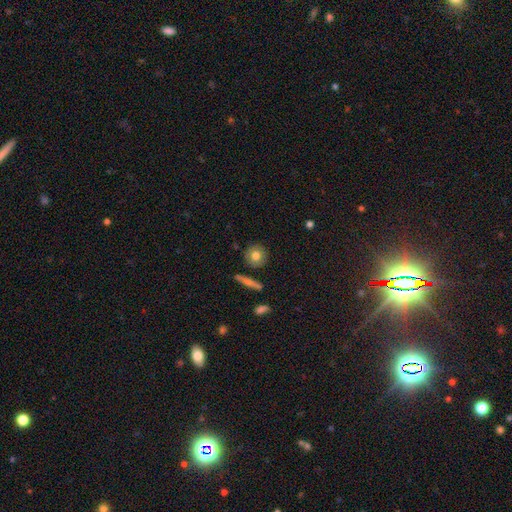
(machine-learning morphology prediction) type=smooth (74%); roundness=round (90%); merging=none (86%).